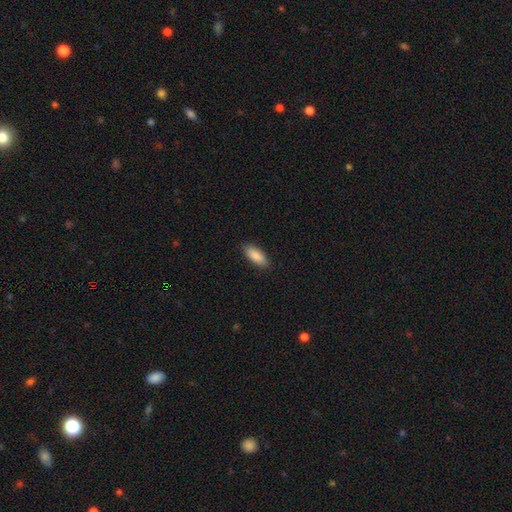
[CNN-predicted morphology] This appears to be a smooth galaxy with no disk features (89%) that is in between round and cigar-shaped (81%). Merging: none (89%).